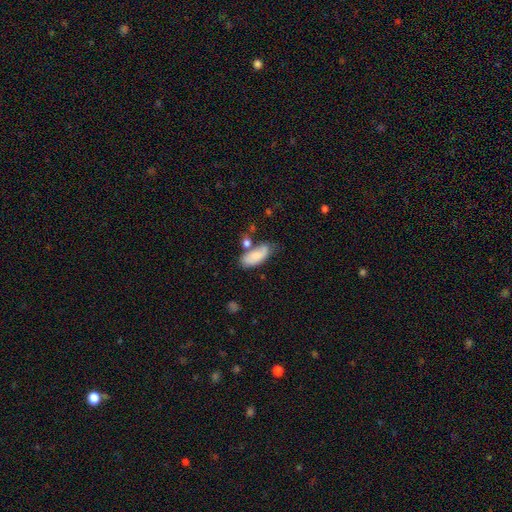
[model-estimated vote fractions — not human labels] A smooth galaxy with no disk features (77%) that is in between round and cigar-shaped (85%). Merging: none (48%).